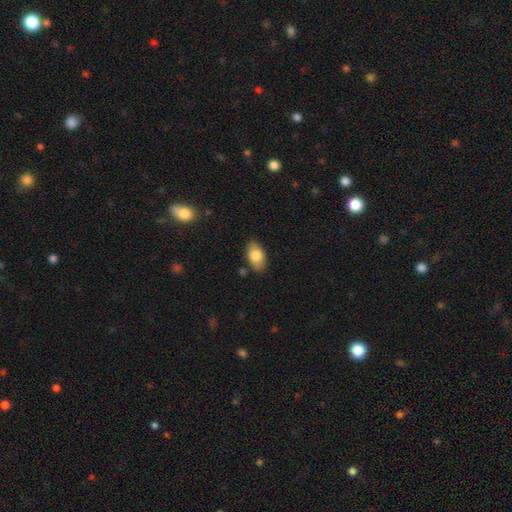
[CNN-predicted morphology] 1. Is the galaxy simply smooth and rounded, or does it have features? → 82% smooth, 11% featured or disk, 7% star or artifact.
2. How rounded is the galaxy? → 93% in between, 5% round, 2% cigar-shaped.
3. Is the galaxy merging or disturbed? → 83% none, 12% minor disturbance, 2% major disturbance, 2% merger.